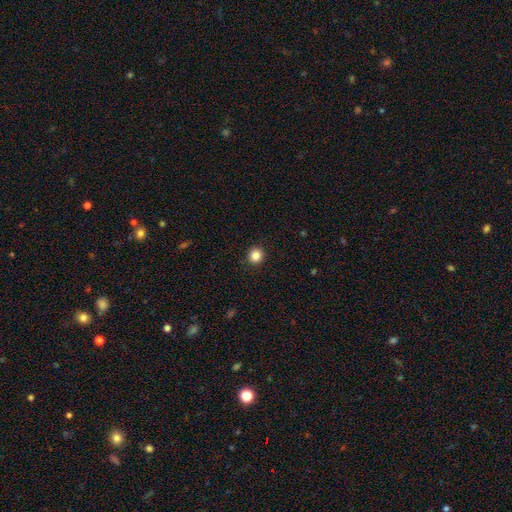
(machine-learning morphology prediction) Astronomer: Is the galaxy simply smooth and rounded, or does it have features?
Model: smooth — 85%.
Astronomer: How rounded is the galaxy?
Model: round — 90%.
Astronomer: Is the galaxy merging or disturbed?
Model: none — 92%.